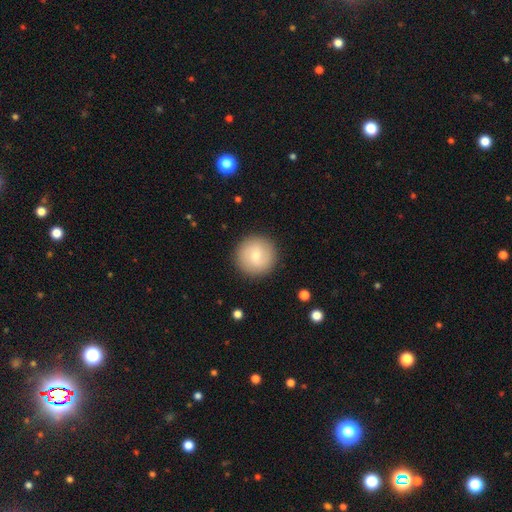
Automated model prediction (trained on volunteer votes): Morphology: type=smooth (68%); roundness=round (96%); merging=none (91%).